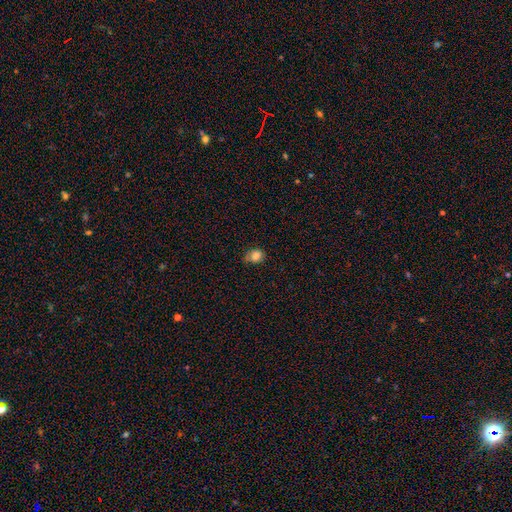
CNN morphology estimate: A smooth galaxy with no disk features (82%) that is in between round and cigar-shaped (52%). Merging: none (56%).